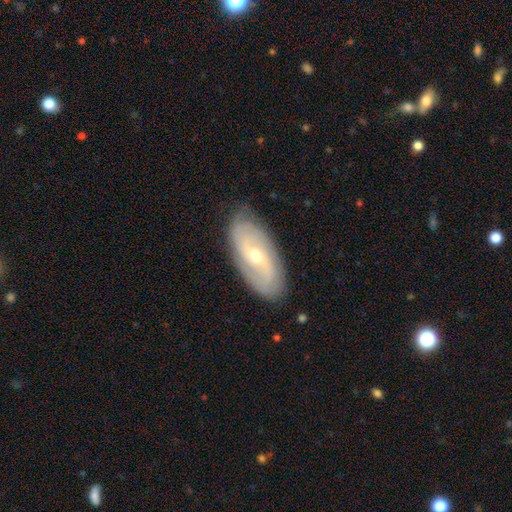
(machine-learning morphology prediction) Smooth or featured? featured or disk (72%)
Edge-on disk? no (90%)
Bar? weak (44%)
Spiral arms? yes (86%)
Spiral winding? medium (38%)
Spiral arm count? 2 (62%)
Bulge size? moderate (49%)
Merging? none (83%)